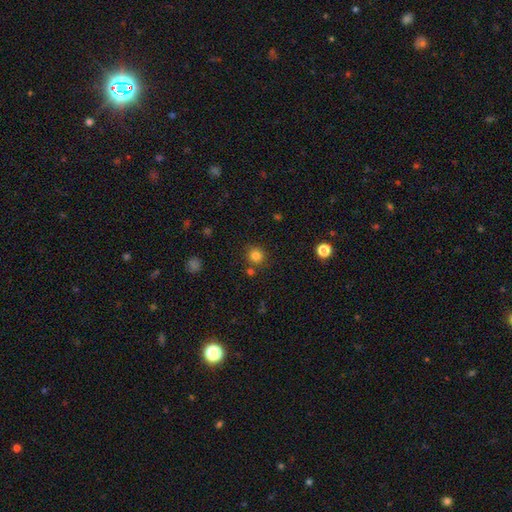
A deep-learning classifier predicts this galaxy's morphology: Overall: smooth (83%). How rounded: round (91%). Merging: none (81%).